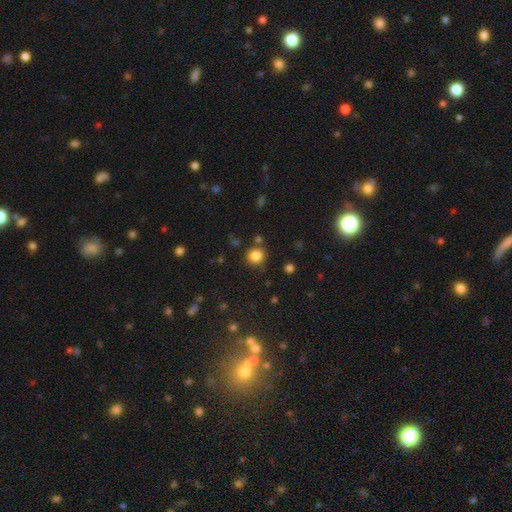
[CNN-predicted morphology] Overall: smooth (83%). How rounded: round (88%). Merging: none (80%).